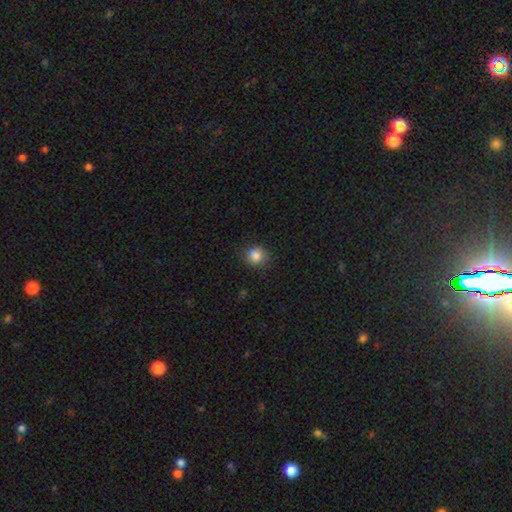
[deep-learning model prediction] Smooth or featured: smooth — 85% (star or artifact — 10%)
How rounded: round — 81% (in between — 18%)
Merging: none — 81% (minor disturbance — 14%)